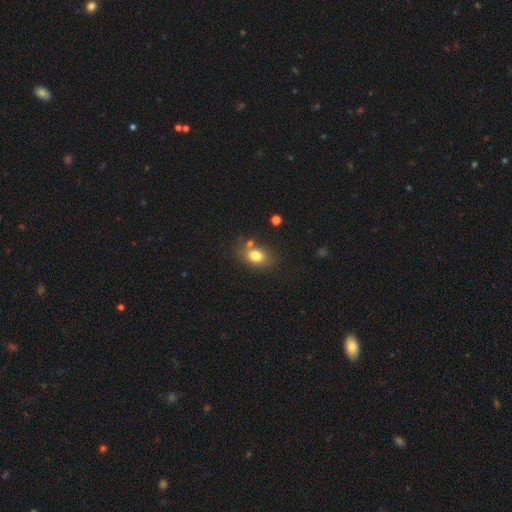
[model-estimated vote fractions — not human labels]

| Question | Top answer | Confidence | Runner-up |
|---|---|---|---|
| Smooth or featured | smooth | 79% | featured or disk (11%) |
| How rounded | in between | 70% | round (29%) |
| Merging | none | 69% | minor disturbance (15%) |